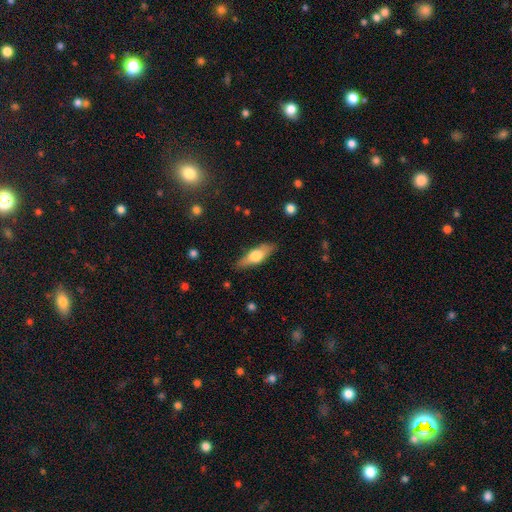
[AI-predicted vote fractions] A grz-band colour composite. It shows a smooth galaxy with no disk features (57%) that is in between round and cigar-shaped (53%). Merging: none (83%).